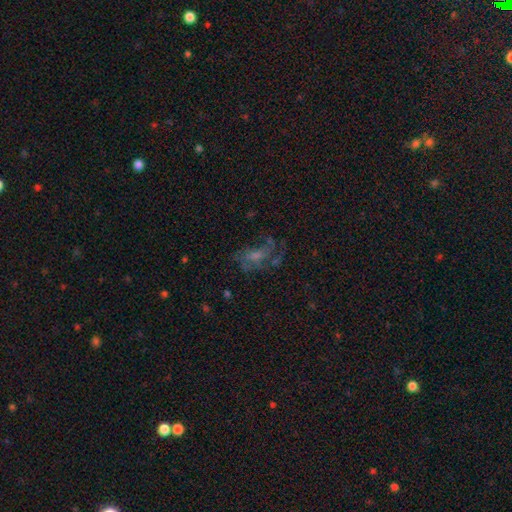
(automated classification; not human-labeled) smooth_or_featured: featured or disk (p=0.57) [alt: smooth p=0.27]
disk_edge_on: no (p=0.95) [alt: yes p=0.05]
bar: no (p=0.64) [alt: weak p=0.30]
has_spiral_arms: yes (p=0.63) [alt: no p=0.37]
bulge_size: small (p=0.38) [alt: moderate p=0.33]
merging: none (p=0.46) [alt: major disturbance p=0.31]